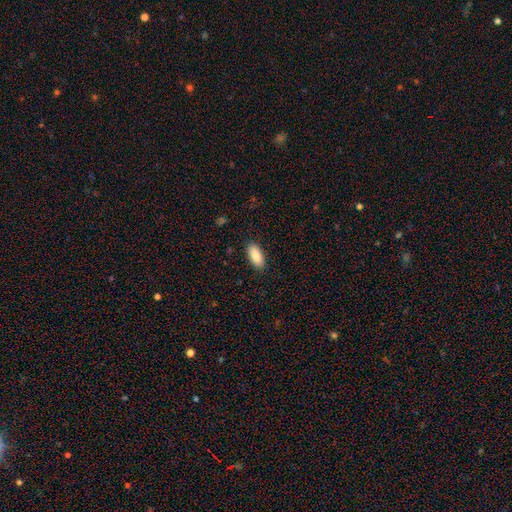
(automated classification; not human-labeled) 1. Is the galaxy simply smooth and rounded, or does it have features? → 88% smooth, 6% star or artifact, 6% featured or disk.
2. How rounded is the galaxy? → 87% in between, 11% cigar-shaped, 2% round.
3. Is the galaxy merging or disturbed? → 89% none, 8% minor disturbance, 2% major disturbance, 1% merger.